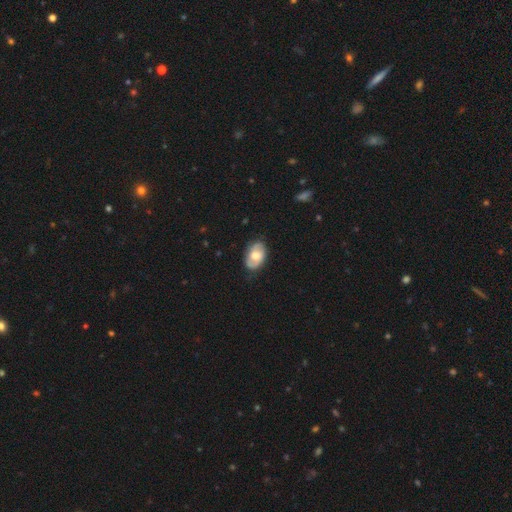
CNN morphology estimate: A featured or disk galaxy (52%).

Vote fractions:
- Smooth or featured? featured or disk: 52% / smooth: 41% / star or artifact: 6%
- Edge-on disk? no: 95% / yes: 5%
- Merging? none: 78% / minor disturbance: 17% / major disturbance: 4% / merger: 1%